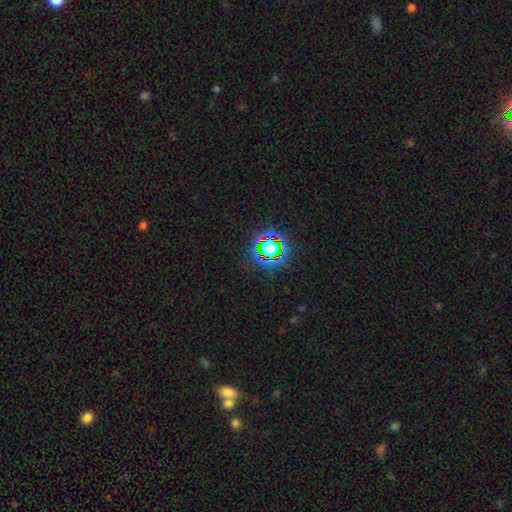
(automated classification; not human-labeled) smooth_or_featured: star or artifact (p=0.77) [alt: smooth p=0.15]